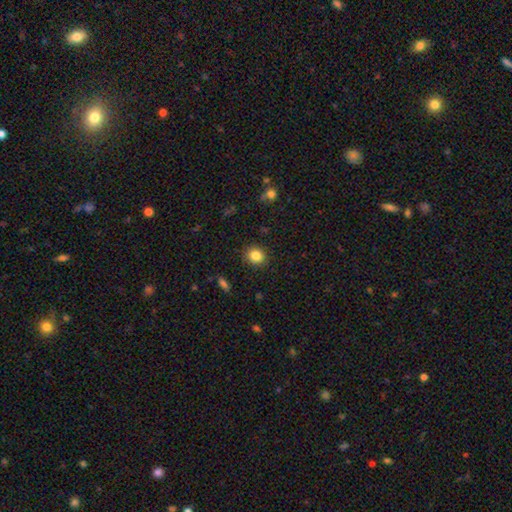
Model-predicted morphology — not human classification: smooth_or_featured: smooth (p=0.84) [alt: star or artifact p=0.10]
how_rounded: round (p=0.76) [alt: in between p=0.23]
merging: none (p=0.89) [alt: minor disturbance p=0.07]